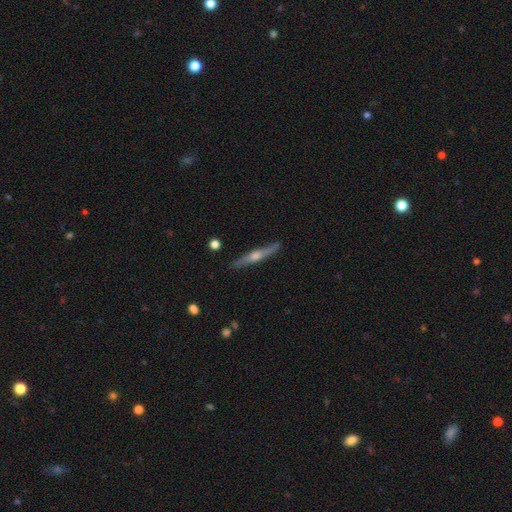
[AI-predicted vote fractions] smooth-or-featured: featured or disk: 73% | smooth: 22% | star or artifact: 5%
  disk-edge-on: yes: 97% | no: 3%
    edge-on-bulge: rounded: 87% | none: 6% | boxy: 6%
  merging: none: 88% | minor disturbance: 9% | major disturbance: 2% | merger: 1%